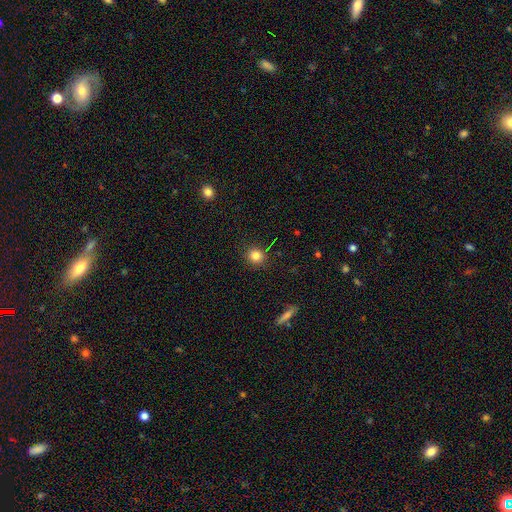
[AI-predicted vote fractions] smooth-or-featured: smooth: 82% | star or artifact: 12% | featured or disk: 6%
  how-rounded: round: 87% | in between: 12% | cigar-shaped: 1%
  merging: none: 87% | minor disturbance: 9% | major disturbance: 2% | merger: 2%